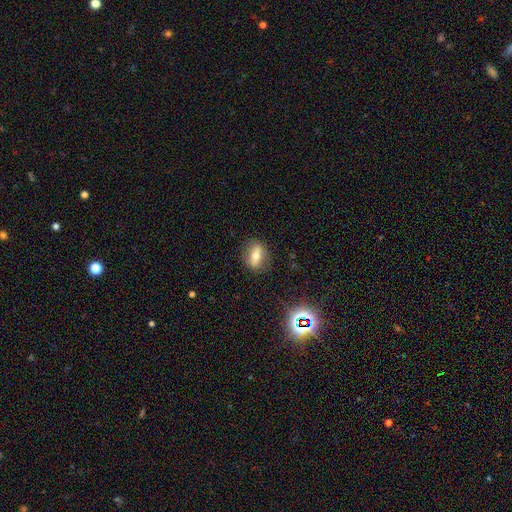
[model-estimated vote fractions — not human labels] Morphology: type=smooth (52%); roundness=in between (63%); merging=none (84%).